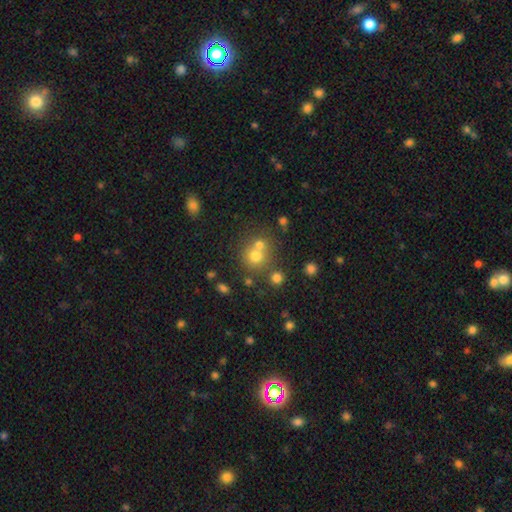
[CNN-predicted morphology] smooth 69%, star or artifact 17%, featured or disk 14%. Down the decision tree: how rounded — round (86%); merging — none (49%).